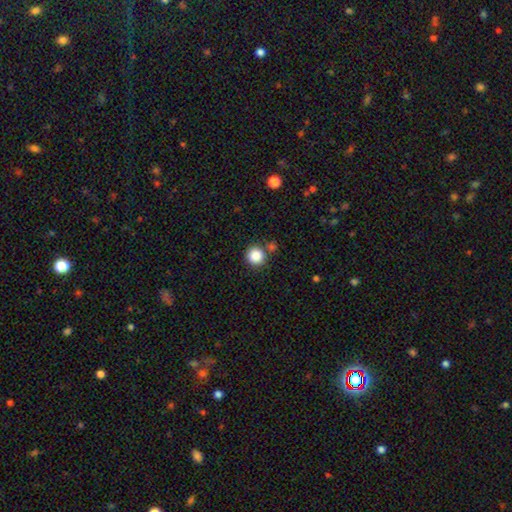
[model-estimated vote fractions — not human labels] smooth_or_featured: smooth (p=0.86) [alt: star or artifact p=0.10]
how_rounded: round (p=0.94) [alt: in between p=0.05]
merging: none (p=0.81) [alt: minor disturbance p=0.08]